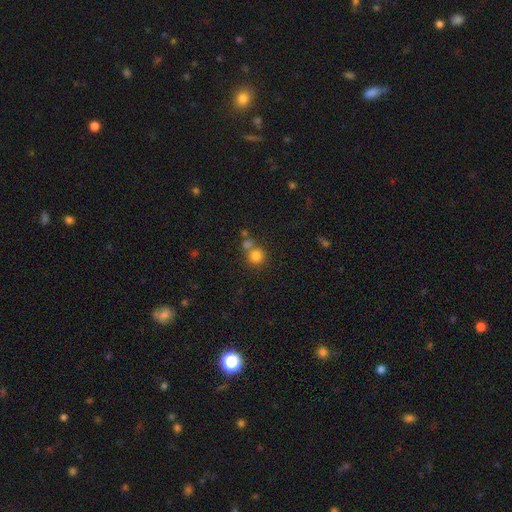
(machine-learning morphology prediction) Q: Smooth or featured?
A: smooth (80%); runner-up: star or artifact (13%)
Q: How rounded?
A: round (92%); runner-up: in between (7%)
Q: Merging?
A: none (59%); runner-up: merger (28%)